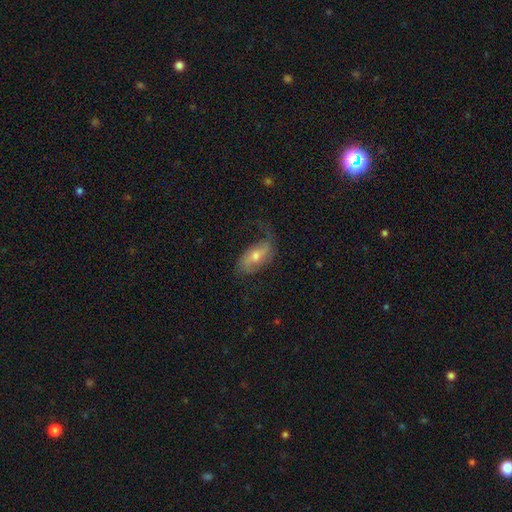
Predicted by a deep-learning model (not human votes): This appears to be a featured or disk galaxy (59%) with no bar (43%), spiral arms (84%) and a moderate central bulge (63%). Merging: none (53%).